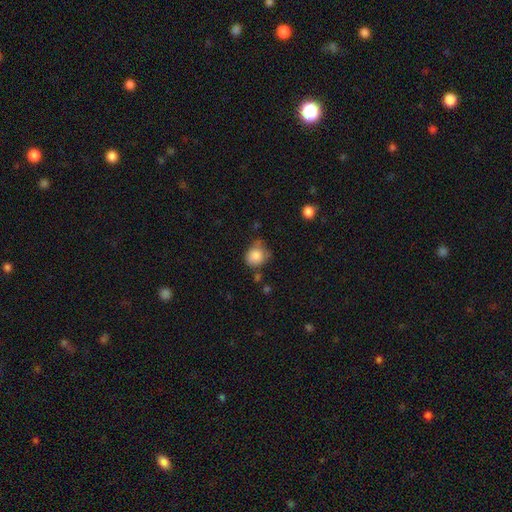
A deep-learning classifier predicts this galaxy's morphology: Smooth or featured? Predicted: smooth (p=0.84). How rounded? Predicted: round (p=0.75). Merging? Predicted: none (p=0.50).